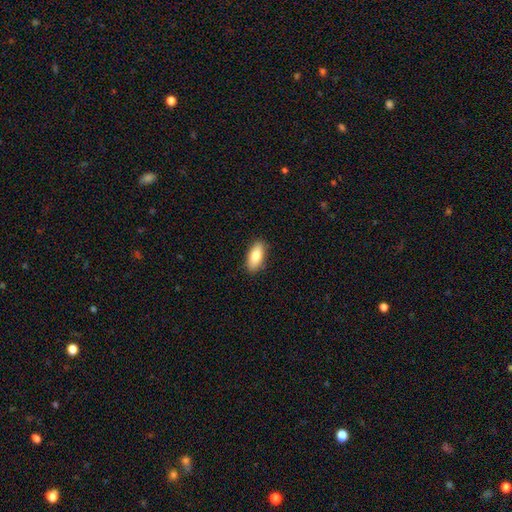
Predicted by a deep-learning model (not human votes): The model was most divided on "smooth or featured": smooth: 82%, featured or disk: 12%, star or artifact: 6%. More confident: merging — none (88%); how rounded — in between (85%).